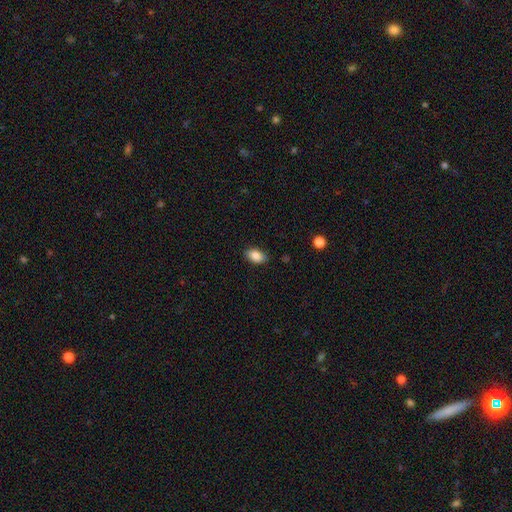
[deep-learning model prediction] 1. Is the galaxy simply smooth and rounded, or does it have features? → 86% smooth, 8% star or artifact, 6% featured or disk.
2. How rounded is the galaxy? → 90% in between, 9% round, 2% cigar-shaped.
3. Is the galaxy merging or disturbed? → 86% none, 11% minor disturbance, 2% major disturbance, 1% merger.